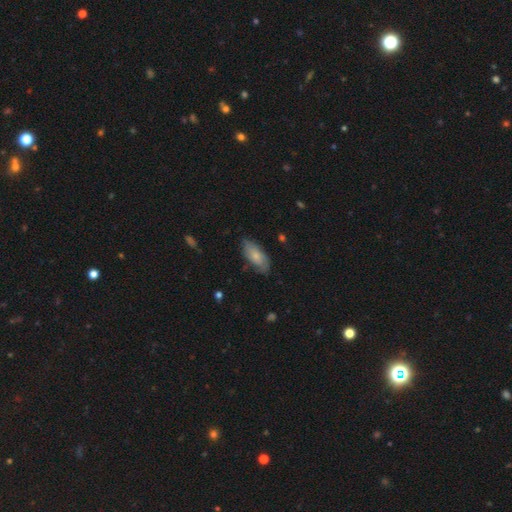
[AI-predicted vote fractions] smooth-or-featured: smooth: 68% | featured or disk: 26% | star or artifact: 6%
  how-rounded: in between: 84% | cigar-shaped: 13% | round: 2%
  merging: none: 69% | minor disturbance: 24% | major disturbance: 5% | merger: 2%